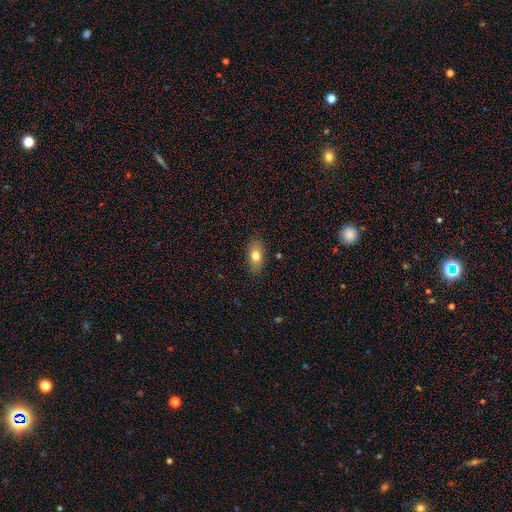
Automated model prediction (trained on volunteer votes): Smooth or featured?
  - smooth: 76% *
  - featured or disk: 16%
  - star or artifact: 8%
How rounded?
  - in between: 85% *
  - round: 9%
  - cigar-shaped: 6%
Merging?
  - none: 84% *
  - minor disturbance: 12%
  - major disturbance: 3%
  - merger: 1%